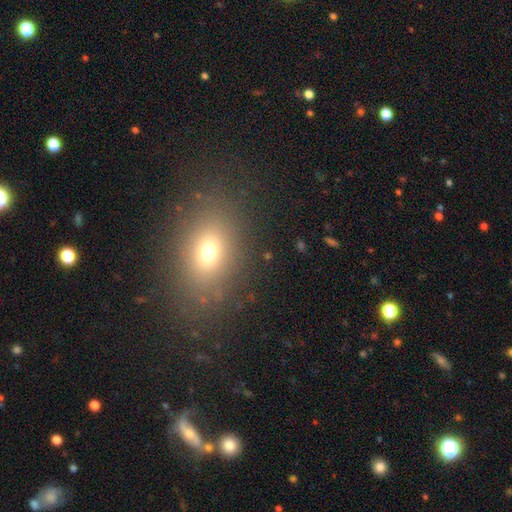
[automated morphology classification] Smooth or featured? smooth (64%)
How rounded? in between (74%)
Merging? none (84%)